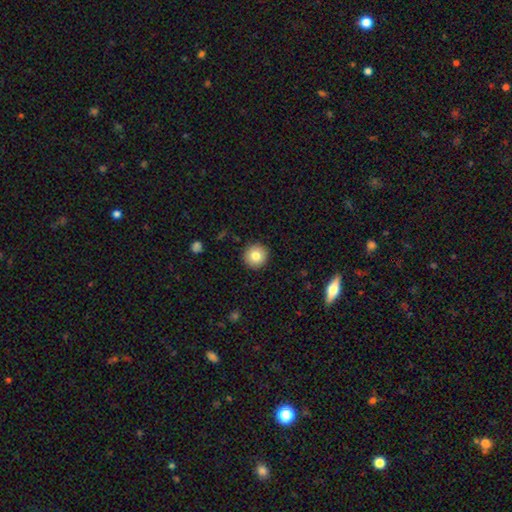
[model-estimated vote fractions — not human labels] This is clearly a smooth galaxy (81%). How rounded: clearly round (95%). Merging: clearly none (92%).